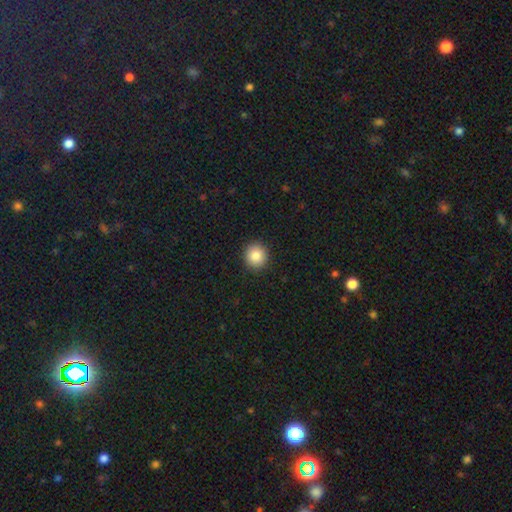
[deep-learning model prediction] Overall: smooth (85%). How rounded: round (92%). Merging: none (93%).